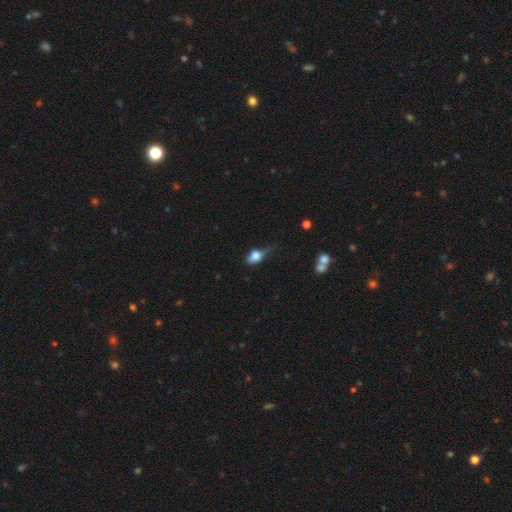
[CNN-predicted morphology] Smooth or featured: smooth — 66% (featured or disk — 24%)
How rounded: in between — 69% (round — 24%)
Merging: minor disturbance — 38% (none — 37%)